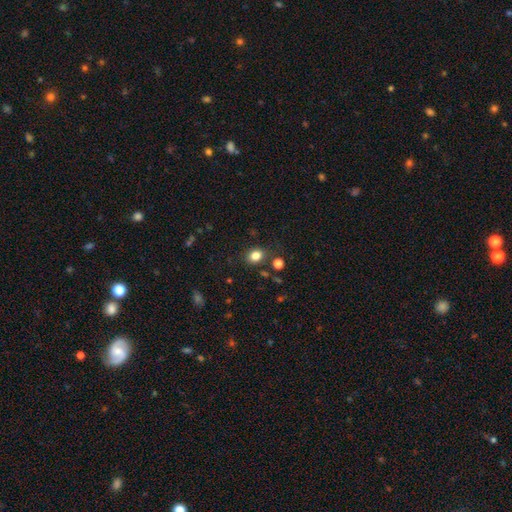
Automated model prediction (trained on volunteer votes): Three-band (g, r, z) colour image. It shows a smooth galaxy with no disk features (82%) that is round (58%). Merging: none (82%).